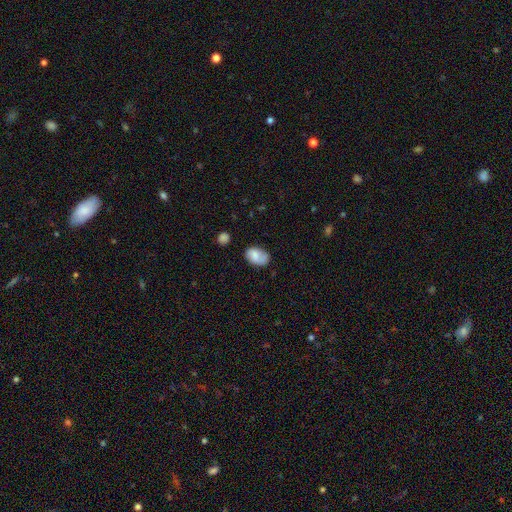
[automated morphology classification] Overall: smooth (76%). How rounded: in between (85%). Merging: none (61%; minor disturbance 27%).